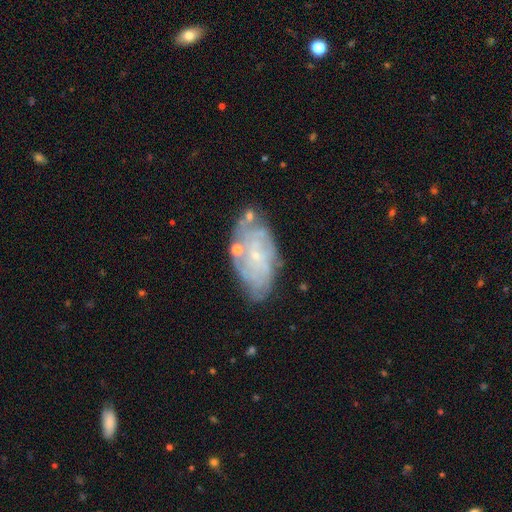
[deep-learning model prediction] Overall: featured or disk (74%). Edge-on disk: no (95%). Bar: no (76%). Spiral arms: yes (82%). Spiral arm count: can't tell (51%; 4 15%). Spiral winding: tight (67%). Bulge size: small (83%). Merging: none (67%).